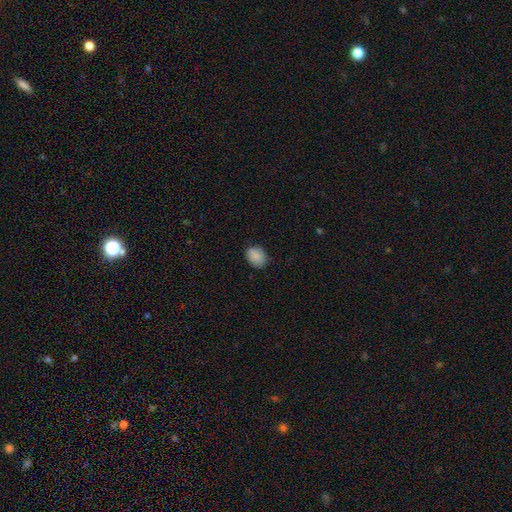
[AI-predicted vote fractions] Smooth or featured? smooth (88%)
How rounded? in between (55%)
Merging? none (79%)